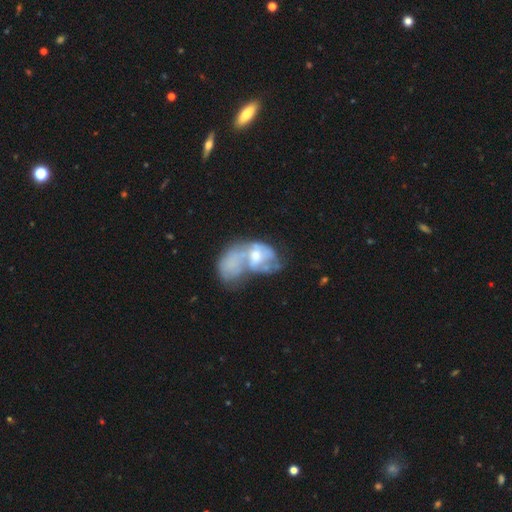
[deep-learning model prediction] Morphology: type=featured or disk (59%); edge-on=no (96%); bar=no (73%); spiral arms=no (63%); bulge=moderate (56%); merging=merger (64%).